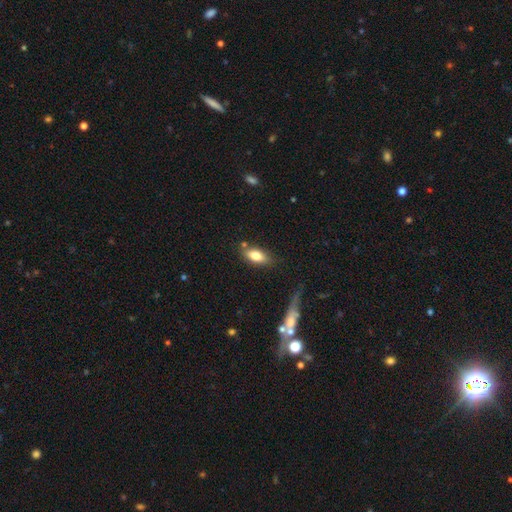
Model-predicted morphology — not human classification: smooth 79%, featured or disk 14%, star or artifact 7%. Down the decision tree: how rounded — in between (85%); merging — none (73%).